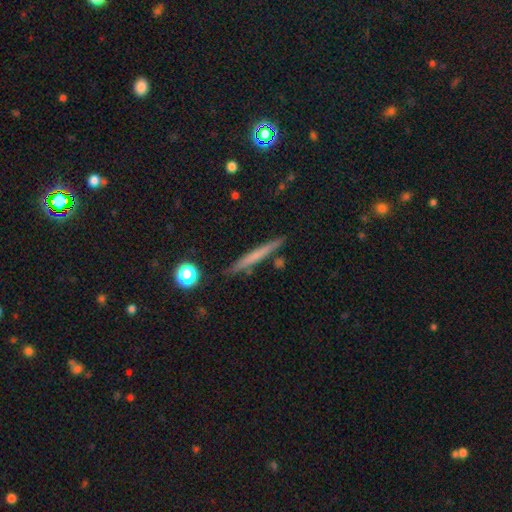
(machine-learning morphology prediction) Q: Smooth or featured?
A: smooth (52%); runner-up: featured or disk (40%)
Q: How rounded?
A: cigar-shaped (95%); runner-up: in between (3%)
Q: Merging?
A: none (86%); runner-up: minor disturbance (9%)